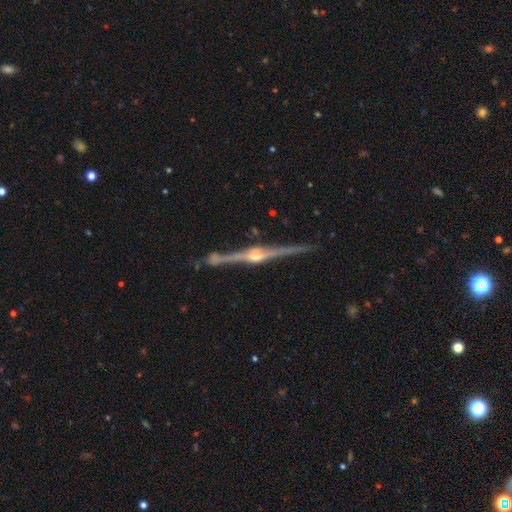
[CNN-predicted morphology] A featured or disk galaxy (89%) viewed edge-on (98%) with a rounded central bulge (90%). Merging: none (84%).